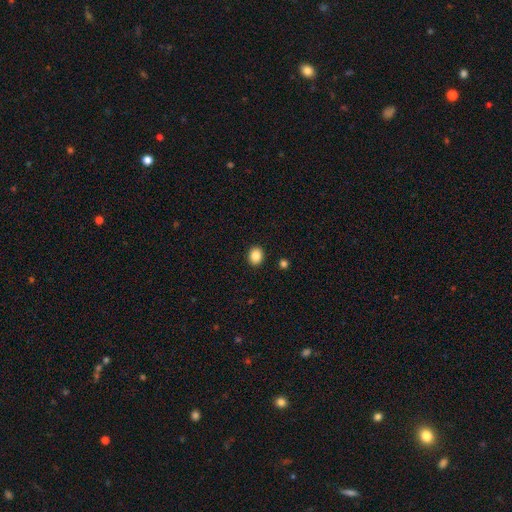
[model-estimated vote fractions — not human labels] Smooth or featured? smooth (86%)
How rounded? round (63%)
Merging? none (91%)